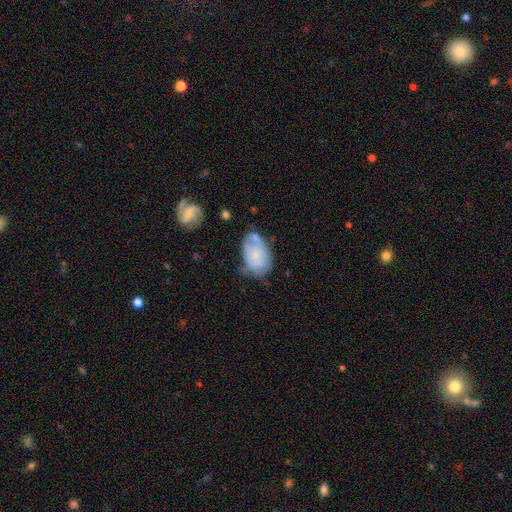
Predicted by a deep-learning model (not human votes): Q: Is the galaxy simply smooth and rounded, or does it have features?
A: smooth — 57%.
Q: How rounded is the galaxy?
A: in between — 89%.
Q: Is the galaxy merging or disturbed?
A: none — 38%.